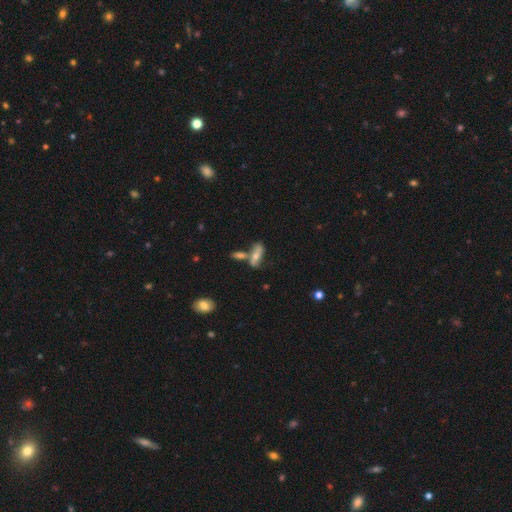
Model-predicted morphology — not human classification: Smooth or featured? smooth (51%)
How rounded? in between (66%)
Merging? none (43%)